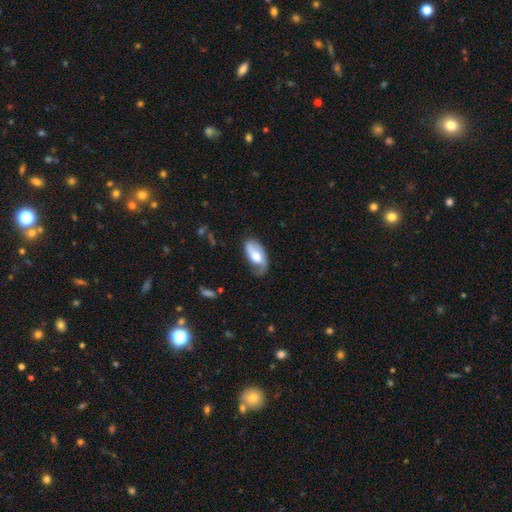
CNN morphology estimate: Smooth or featured: featured or disk — 56% (smooth — 38%)
Edge-on disk: no — 92% (yes — 8%)
Bar: no — 57% (weak — 32%)
Spiral arms: yes — 83% (no — 17%)
Bulge size: moderate — 53% (large — 32%)
Merging: none — 50% (minor disturbance — 30%)